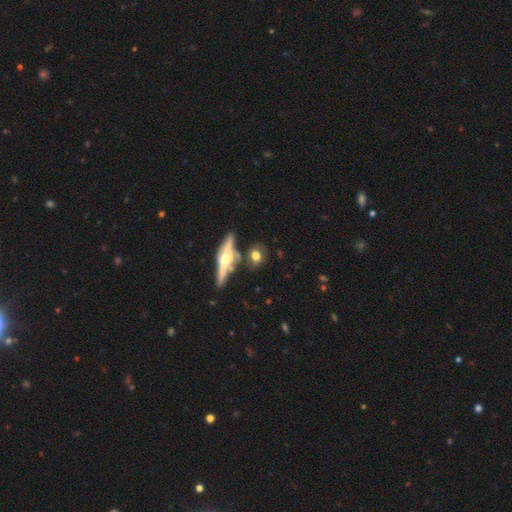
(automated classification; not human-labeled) Smooth or featured: smooth — 59% (featured or disk — 31%)
How rounded: round — 58% (in between — 32%)
Merging: none — 65% (minor disturbance — 16%)